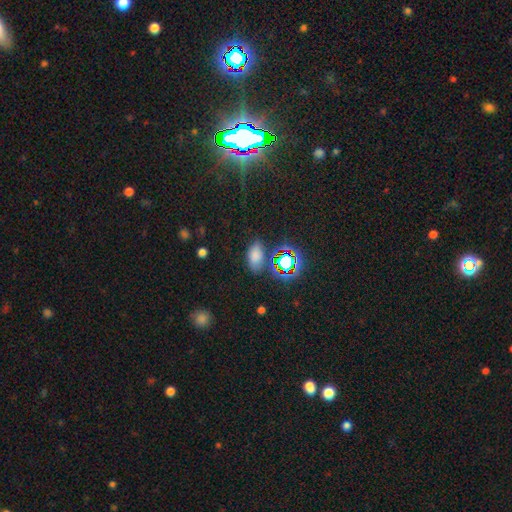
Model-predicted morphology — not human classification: Smooth or featured?
  - smooth: 68% *
  - star or artifact: 25%
  - featured or disk: 7%
How rounded?
  - in between: 89% *
  - round: 8%
  - cigar-shaped: 3%
Merging?
  - none: 77% *
  - minor disturbance: 14%
  - major disturbance: 5%
  - merger: 4%